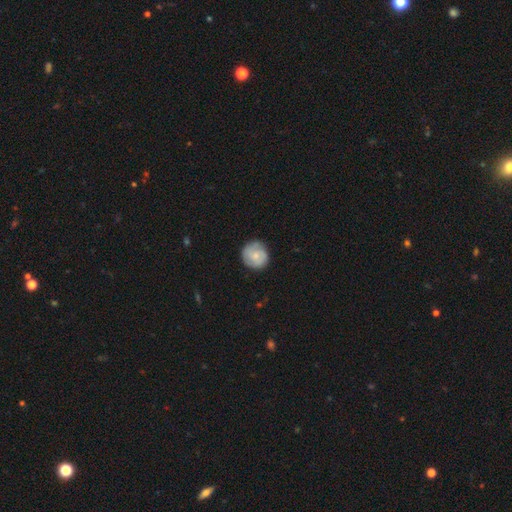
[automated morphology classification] The model was most divided on "smooth or featured": smooth: 57%, featured or disk: 37%, star or artifact: 6%. More confident: how rounded — round (92%); merging — none (80%).